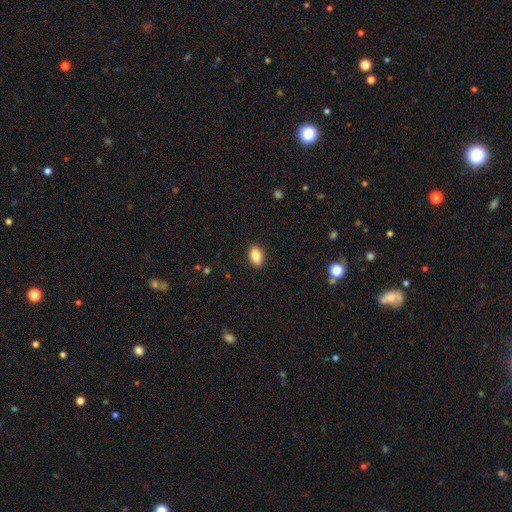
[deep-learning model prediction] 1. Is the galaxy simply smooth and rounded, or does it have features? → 85% smooth, 8% star or artifact, 6% featured or disk.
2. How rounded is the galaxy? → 88% in between, 10% round, 2% cigar-shaped.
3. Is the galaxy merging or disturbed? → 89% none, 8% minor disturbance, 2% major disturbance, 1% merger.